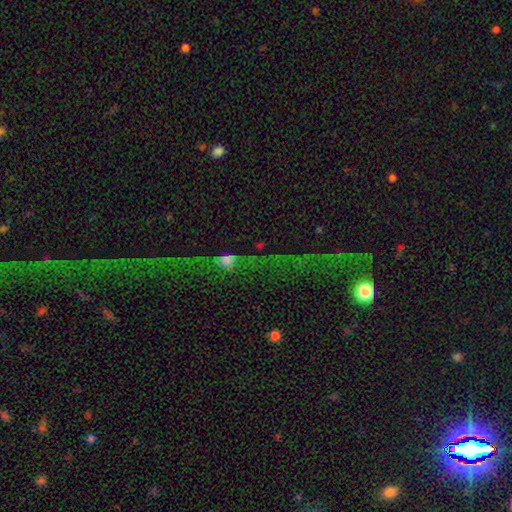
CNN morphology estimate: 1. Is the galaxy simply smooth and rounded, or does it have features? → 63% star or artifact, 22% featured or disk, 15% smooth.